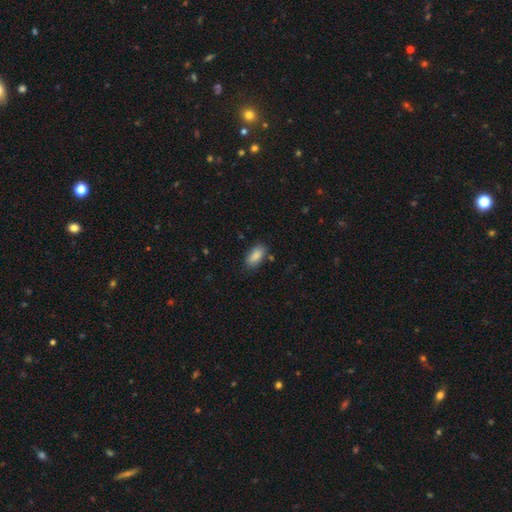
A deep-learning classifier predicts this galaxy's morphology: Smooth or featured? smooth (87%)
How rounded? in between (91%)
Merging? none (80%)